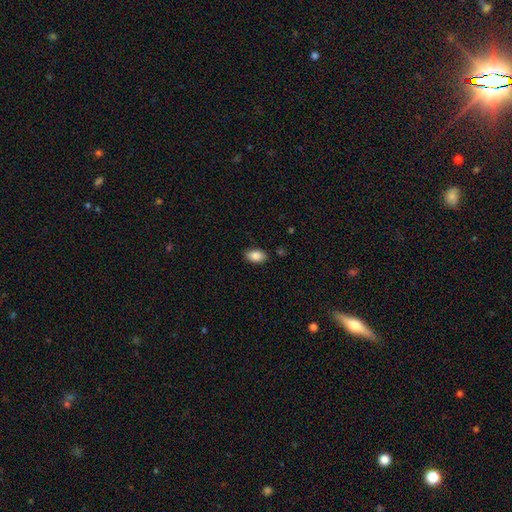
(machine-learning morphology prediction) Q: Smooth or featured?
A: smooth (87%); runner-up: star or artifact (7%)
Q: How rounded?
A: in between (92%); runner-up: round (6%)
Q: Merging?
A: none (86%); runner-up: minor disturbance (11%)